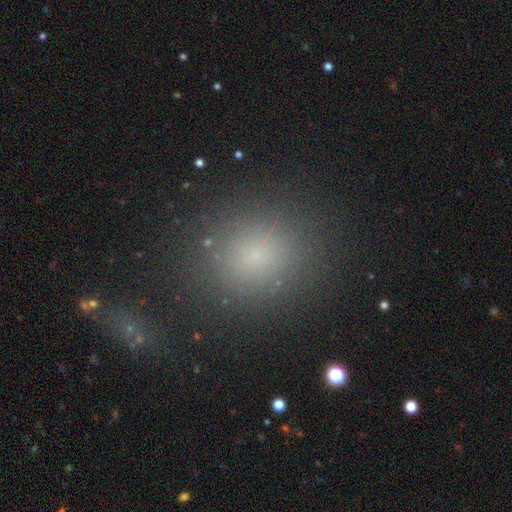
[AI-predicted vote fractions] Smooth or featured? smooth (74%)
How rounded? round (73%)
Merging? none (85%)